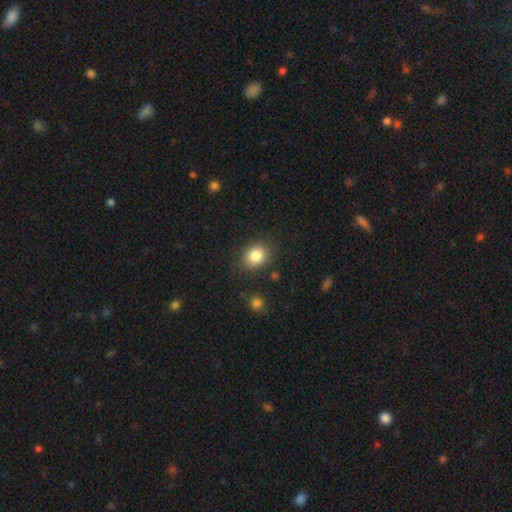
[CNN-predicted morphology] This appears to be a smooth galaxy with no disk features (84%) that is round (56%). Merging: none (83%).